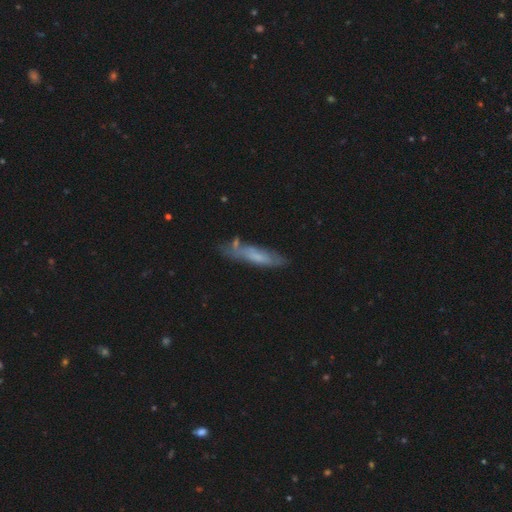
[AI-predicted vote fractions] Q: Smooth or featured?
A: smooth (51%); runner-up: featured or disk (42%)
Q: How rounded?
A: cigar-shaped (77%); runner-up: in between (21%)
Q: Merging?
A: none (61%); runner-up: minor disturbance (24%)